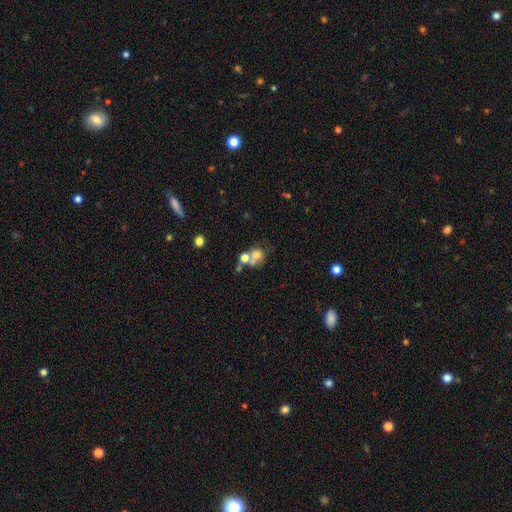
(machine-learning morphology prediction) A smooth galaxy with no disk features (63%) that is round (67%). Merging: merger (52%).